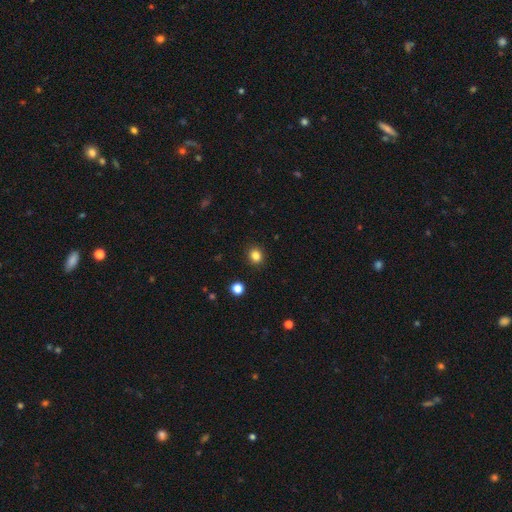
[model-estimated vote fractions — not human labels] Overall: smooth (83%). How rounded: round (80%). Merging: none (91%).